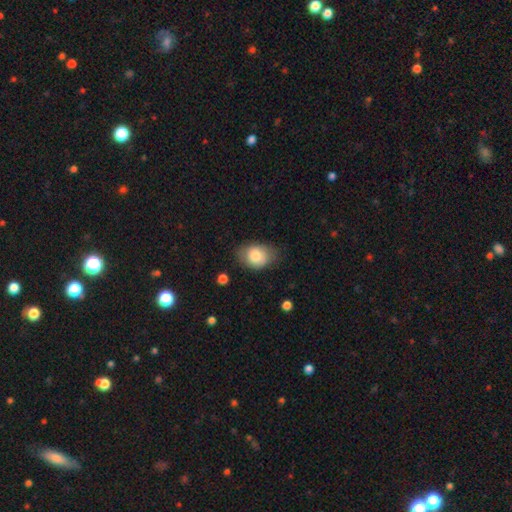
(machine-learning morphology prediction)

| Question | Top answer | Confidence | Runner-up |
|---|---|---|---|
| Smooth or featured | smooth | 80% | featured or disk (13%) |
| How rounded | in between | 70% | round (29%) |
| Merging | none | 68% | minor disturbance (24%) |